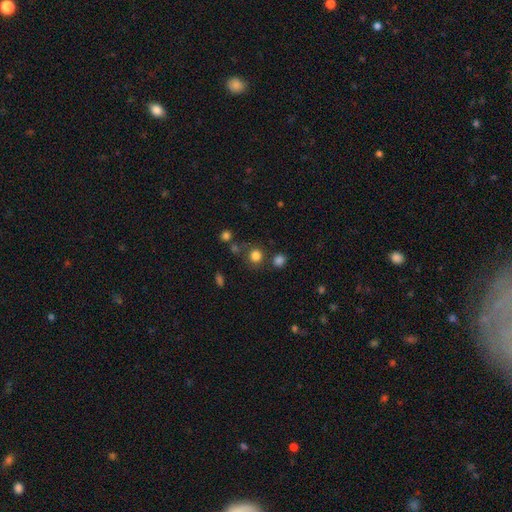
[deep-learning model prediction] Smooth or featured? smooth (80%)
How rounded? round (89%)
Merging? none (74%)